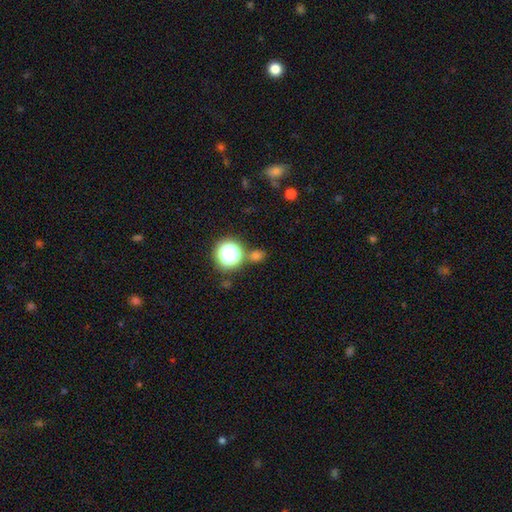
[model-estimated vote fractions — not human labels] smooth_or_featured: smooth (p=0.65) [alt: star or artifact p=0.29]
how_rounded: round (p=0.74) [alt: in between p=0.24]
merging: none (p=0.71) [alt: merger p=0.14]